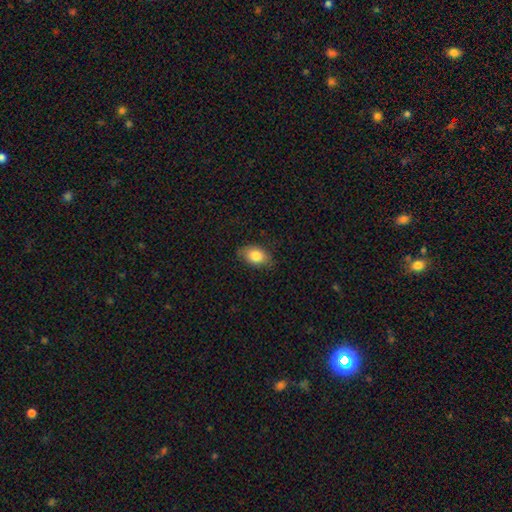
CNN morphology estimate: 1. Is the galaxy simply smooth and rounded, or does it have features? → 83% smooth, 10% featured or disk, 7% star or artifact.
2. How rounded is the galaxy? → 87% in between, 11% round, 2% cigar-shaped.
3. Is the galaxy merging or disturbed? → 79% none, 17% minor disturbance, 3% major disturbance, 1% merger.